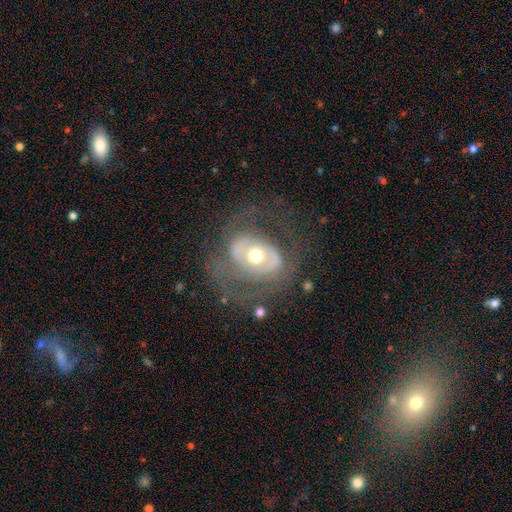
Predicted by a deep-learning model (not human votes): featured or disk 71%, smooth 21%, star or artifact 7%. Down the decision tree: edge-on disk — no (95%); bar — no (61%); spiral arms — yes (50%, tied with no); bulge size — moderate (71%); merging — none (59%).